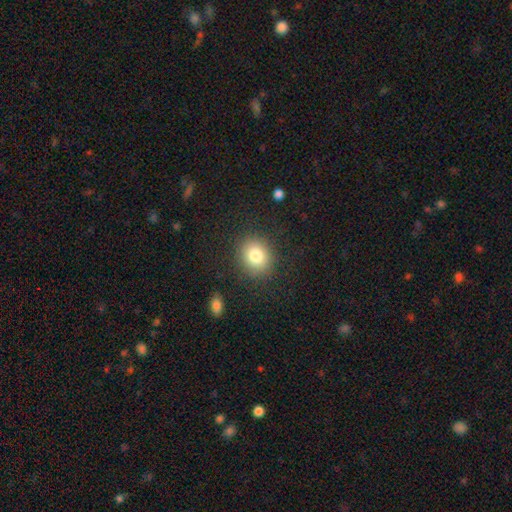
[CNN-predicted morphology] smooth_or_featured: smooth (p=0.81) [alt: star or artifact p=0.11]
how_rounded: round (p=0.72) [alt: in between p=0.27]
merging: none (p=0.86) [alt: minor disturbance p=0.09]